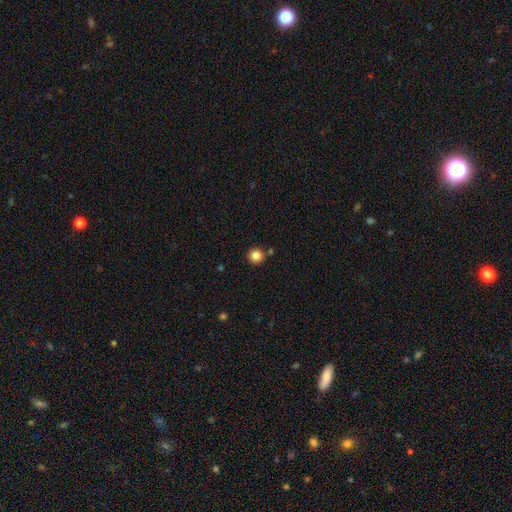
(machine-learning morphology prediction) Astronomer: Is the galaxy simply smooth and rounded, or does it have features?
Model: smooth — 84%.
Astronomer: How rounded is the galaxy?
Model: round — 95%.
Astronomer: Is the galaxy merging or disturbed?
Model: none — 86%.